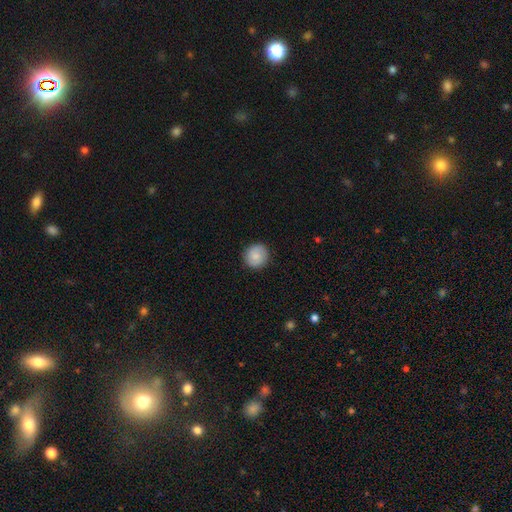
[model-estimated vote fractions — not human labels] Smooth or featured? smooth (84%)
How rounded? round (92%)
Merging? none (90%)